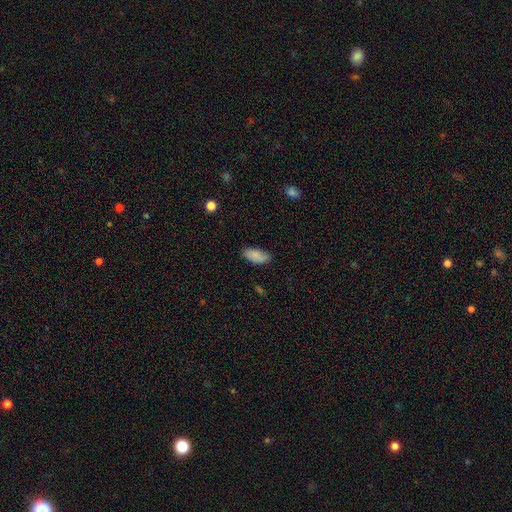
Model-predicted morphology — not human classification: Smooth or featured: smooth — 86% (featured or disk — 7%)
How rounded: in between — 91% (cigar-shaped — 7%)
Merging: none — 79% (minor disturbance — 17%)